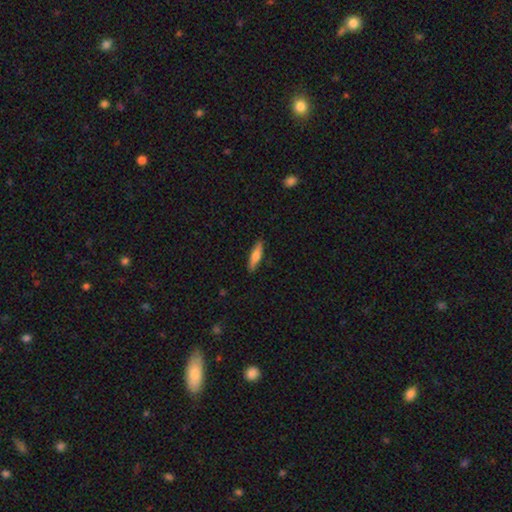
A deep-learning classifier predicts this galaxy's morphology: Smooth or featured? Predicted: smooth (p=0.70). How rounded? Predicted: cigar-shaped (p=0.74). Merging? Predicted: none (p=0.87).